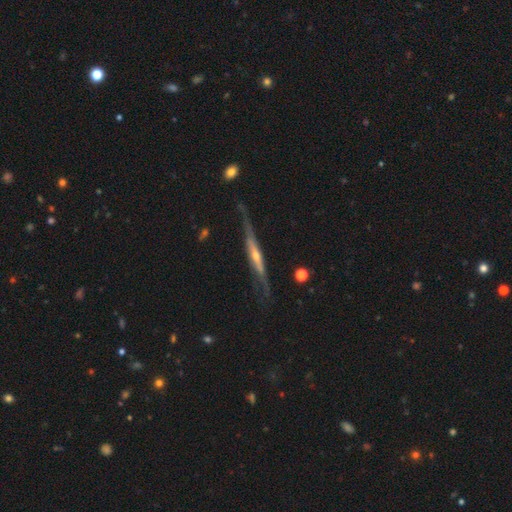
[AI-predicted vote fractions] Overall: featured or disk (78%). Edge-on disk: yes (90%). Edge-on bulge: rounded (65%; none 27%). Merging: none (65%).